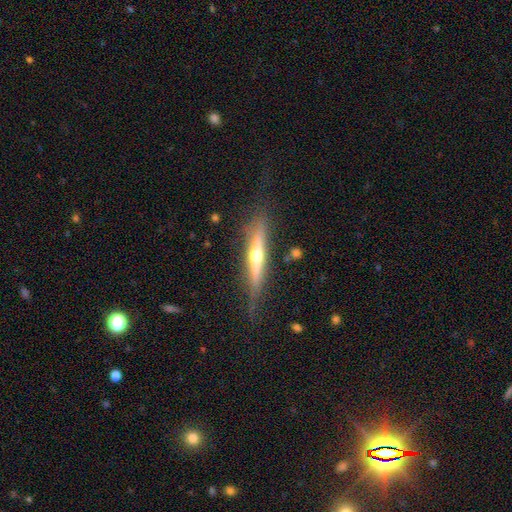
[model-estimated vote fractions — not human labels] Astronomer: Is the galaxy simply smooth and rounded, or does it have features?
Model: featured or disk — 68%.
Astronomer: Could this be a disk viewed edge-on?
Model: yes — 95%.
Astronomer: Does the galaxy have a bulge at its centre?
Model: rounded — 90%.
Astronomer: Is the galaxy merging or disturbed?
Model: none — 75%.